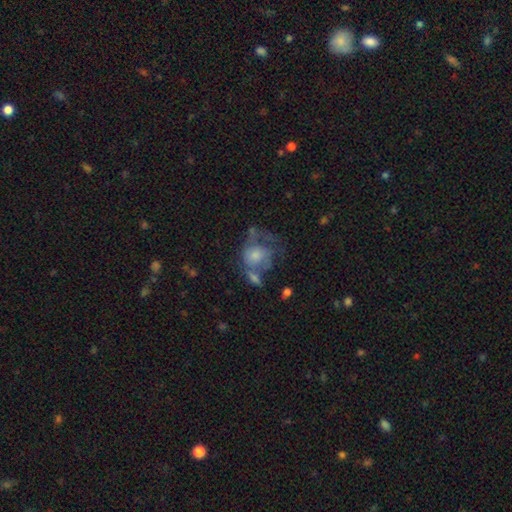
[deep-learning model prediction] smooth_or_featured: smooth (p=0.48) [alt: featured or disk p=0.44]
merging: major disturbance (p=0.38) [alt: none p=0.24]